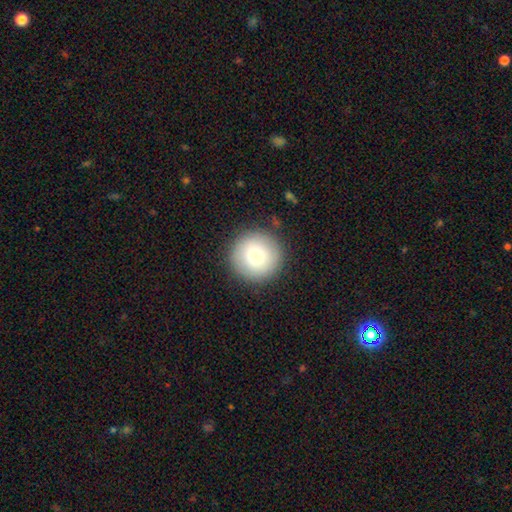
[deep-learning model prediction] A smooth galaxy with no disk features (77%) that is round (96%).

Vote fractions:
- Smooth or featured? smooth: 77% / featured or disk: 14% / star or artifact: 9%
- How rounded? round: 96% / in between: 3% / cigar-shaped: 1%
- Merging? none: 90% / minor disturbance: 6% / major disturbance: 2% / merger: 1%